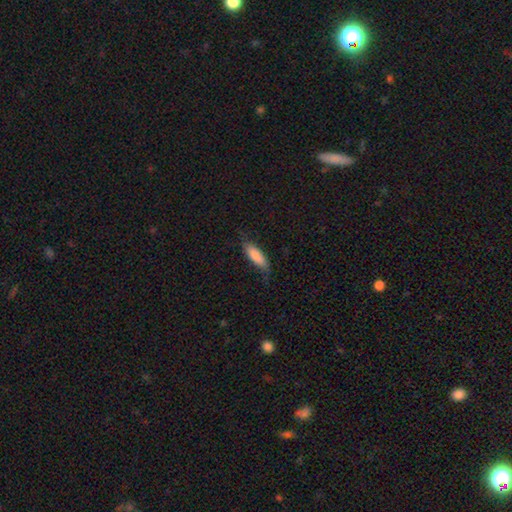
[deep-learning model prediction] Overall: smooth (83%). How rounded: in between (55%; cigar-shaped 43%). Merging: none (73%).